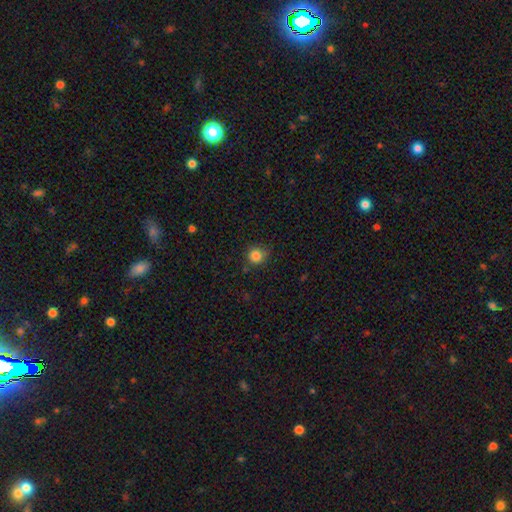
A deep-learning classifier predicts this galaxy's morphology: type=smooth (84%); roundness=round (90%); merging=none (77%).